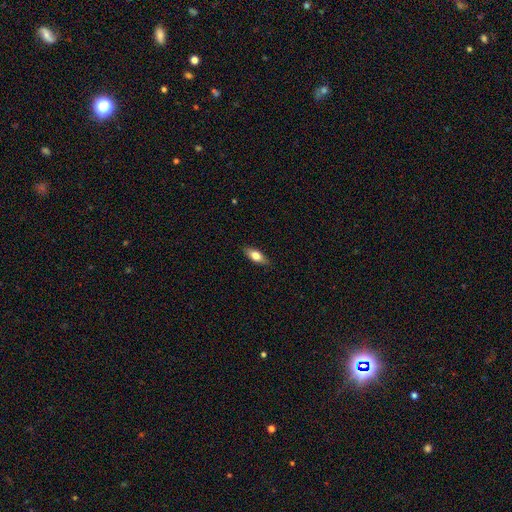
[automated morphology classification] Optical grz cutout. It shows a smooth galaxy with no disk features (74%) that is in between round and cigar-shaped (80%). Merging: none (86%).